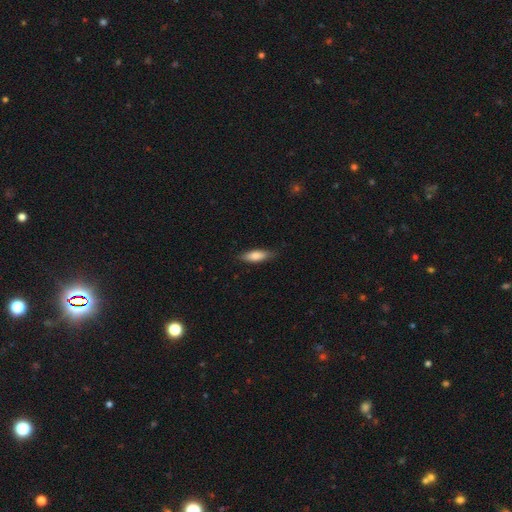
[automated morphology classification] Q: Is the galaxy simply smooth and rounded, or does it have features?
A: smooth — 78%.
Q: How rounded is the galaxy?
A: in between — 54%.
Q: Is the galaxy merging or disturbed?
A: none — 82%.